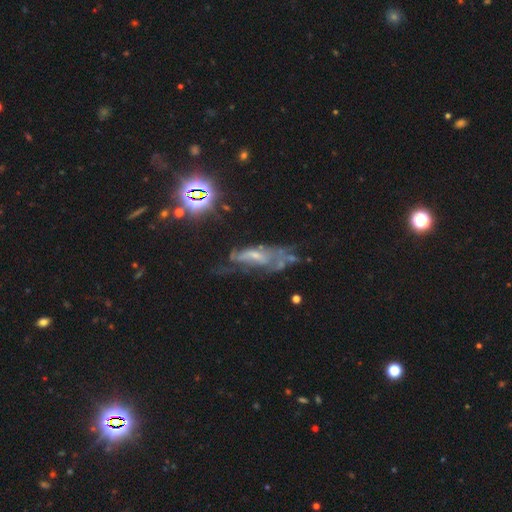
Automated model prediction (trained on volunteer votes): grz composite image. It shows a featured or disk galaxy (63%) with no bar (57%), spiral arms (60%) and a small central bulge (54%). Merging: none (36%).